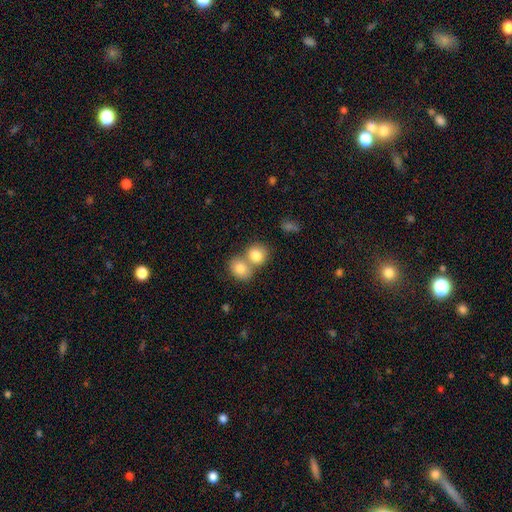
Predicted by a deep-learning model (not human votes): smooth-or-featured: smooth: 81% | featured or disk: 10% | star or artifact: 8%
  how-rounded: round: 61% | in between: 38% | cigar-shaped: 1%
  merging: merger: 58% | none: 33% | minor disturbance: 6% | major disturbance: 2%